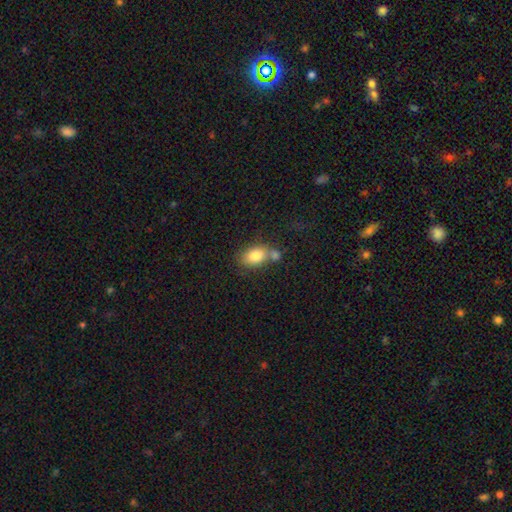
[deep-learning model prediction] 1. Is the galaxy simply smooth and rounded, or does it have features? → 82% smooth, 10% featured or disk, 8% star or artifact.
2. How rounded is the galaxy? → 83% in between, 15% round, 2% cigar-shaped.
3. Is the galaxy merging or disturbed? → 43% none, 36% merger, 15% minor disturbance, 6% major disturbance.